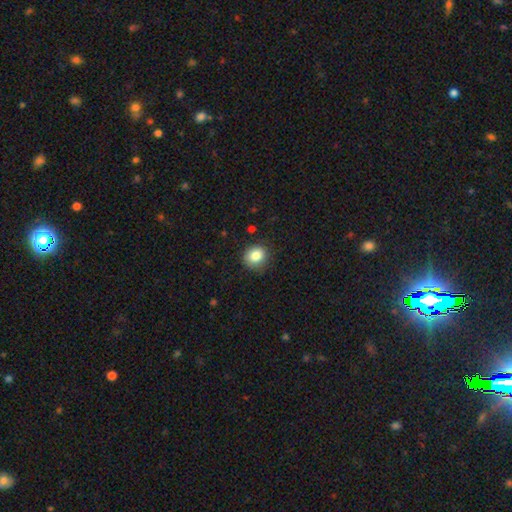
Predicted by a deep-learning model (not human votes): Smooth or featured? smooth (84%)
How rounded? round (81%)
Merging? none (83%)